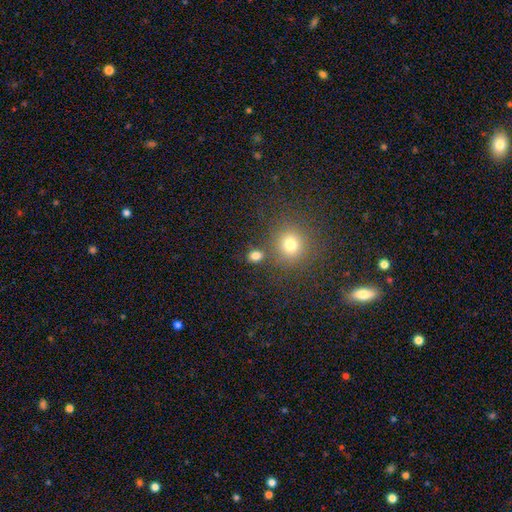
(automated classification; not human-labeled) smooth-or-featured: smooth: 78% | star or artifact: 16% | featured or disk: 6%
  how-rounded: round: 61% | in between: 38% | cigar-shaped: 1%
  merging: none: 75% | merger: 12% | minor disturbance: 9% | major disturbance: 4%